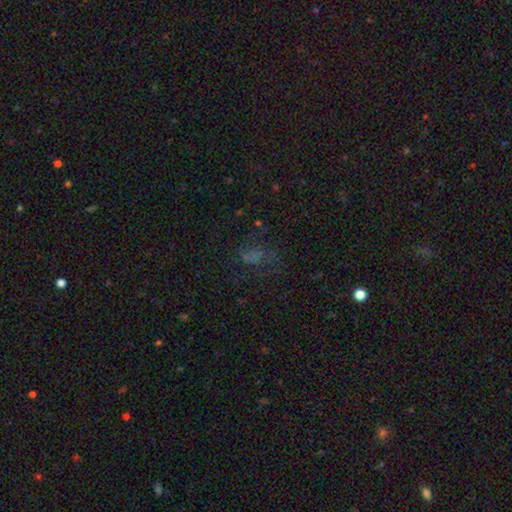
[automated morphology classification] A star or artifact, not a galaxy (52%).